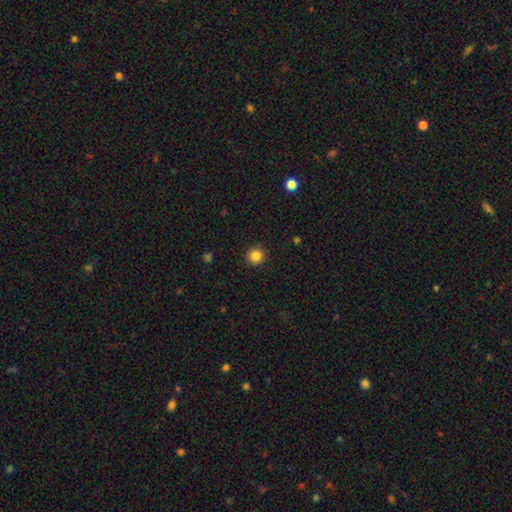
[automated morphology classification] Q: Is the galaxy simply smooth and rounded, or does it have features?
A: smooth — 85%.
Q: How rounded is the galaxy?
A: round — 94%.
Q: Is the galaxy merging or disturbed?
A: none — 92%.